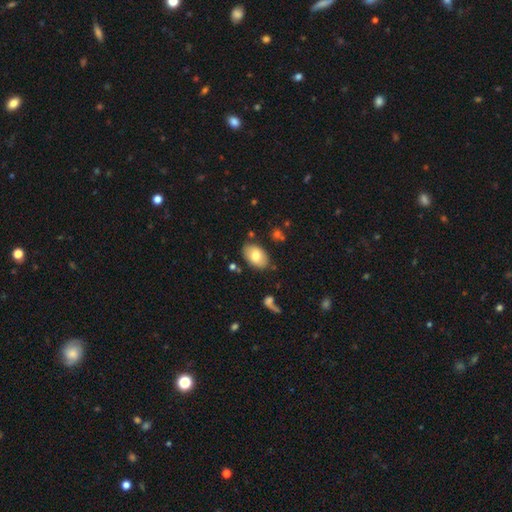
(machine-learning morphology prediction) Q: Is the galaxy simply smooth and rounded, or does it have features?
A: smooth — 74%.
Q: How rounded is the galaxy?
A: in between — 90%.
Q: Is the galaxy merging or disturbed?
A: none — 82%.